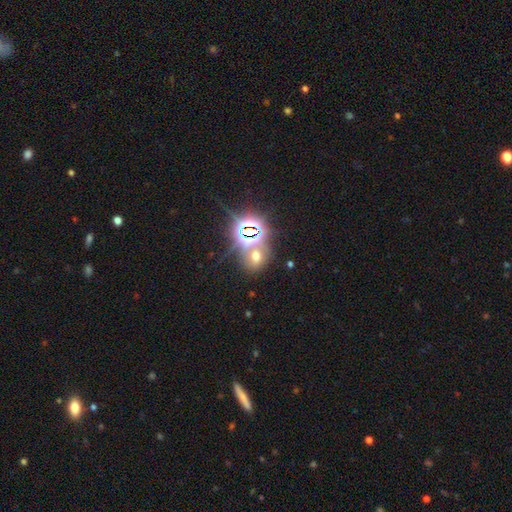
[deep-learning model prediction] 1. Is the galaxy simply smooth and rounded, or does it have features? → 51% star or artifact, 38% smooth, 11% featured or disk.